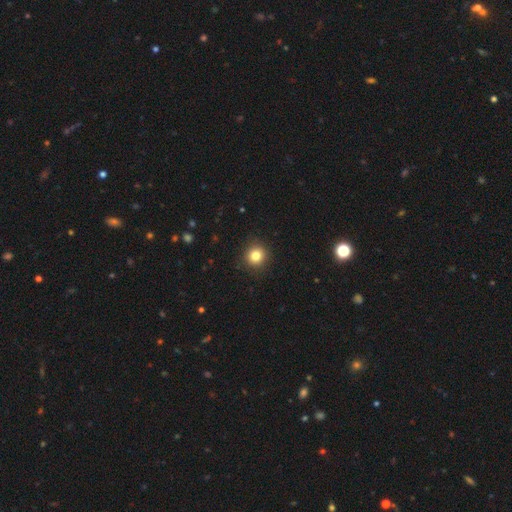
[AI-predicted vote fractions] Q: Smooth or featured?
A: smooth (82%); runner-up: star or artifact (12%)
Q: How rounded?
A: round (90%); runner-up: in between (9%)
Q: Merging?
A: none (91%); runner-up: minor disturbance (6%)